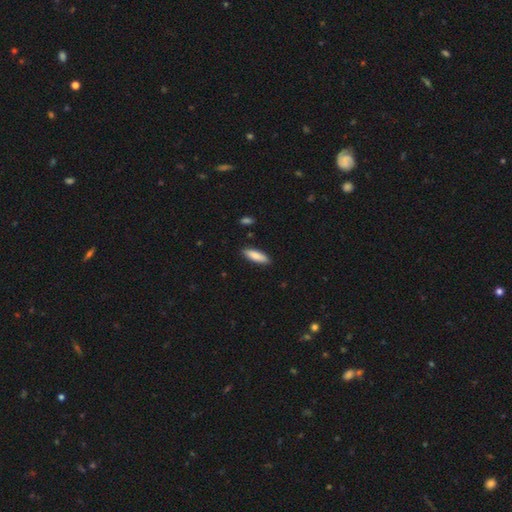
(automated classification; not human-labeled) smooth-or-featured: smooth: 85% | featured or disk: 9% | star or artifact: 6%
  how-rounded: cigar-shaped: 51% | in between: 47% | round: 2%
  merging: none: 88% | minor disturbance: 9% | major disturbance: 2% | merger: 1%